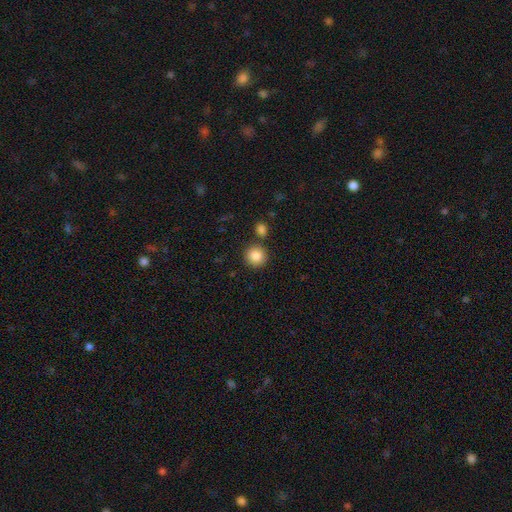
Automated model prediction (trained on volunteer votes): Overall: smooth (86%). How rounded: round (91%). Merging: none (81%).